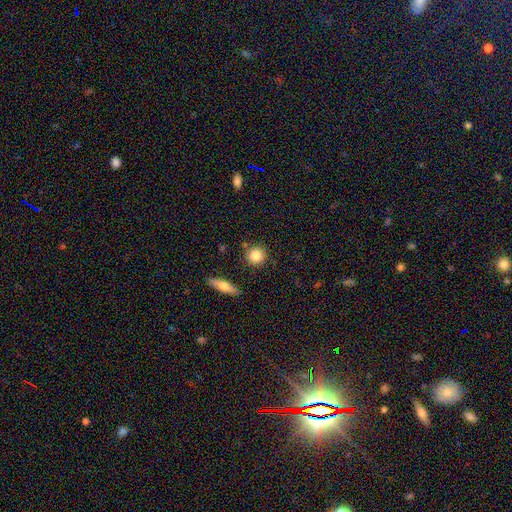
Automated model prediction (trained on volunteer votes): The model was most divided on "smooth or featured": smooth: 85%, star or artifact: 9%, featured or disk: 7%. More confident: how rounded — round (90%); merging — none (85%).